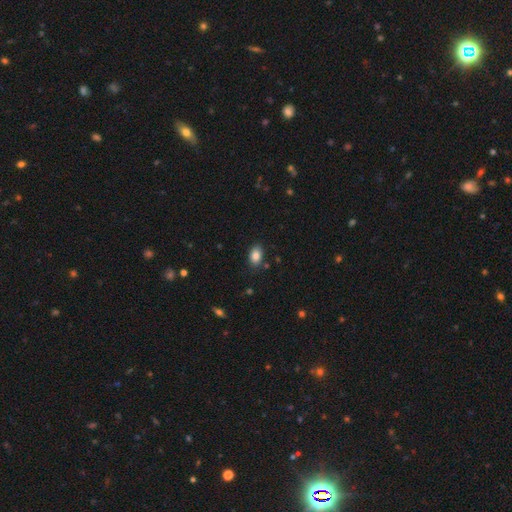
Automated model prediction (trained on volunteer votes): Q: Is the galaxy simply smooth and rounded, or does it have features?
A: smooth — 85%.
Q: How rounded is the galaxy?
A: in between — 85%.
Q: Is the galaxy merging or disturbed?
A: none — 84%.